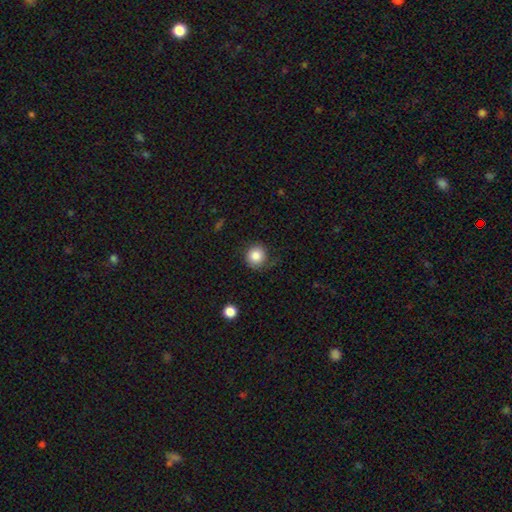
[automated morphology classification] This is clearly a smooth galaxy (84%). How rounded: clearly round (90%). Merging: likely none (70%).